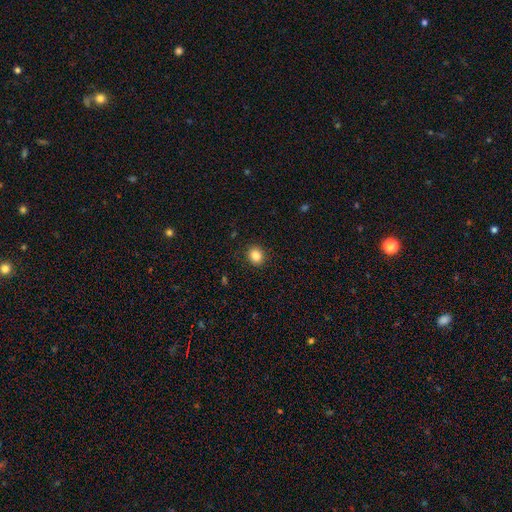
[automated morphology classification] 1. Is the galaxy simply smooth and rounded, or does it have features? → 86% smooth, 10% star or artifact, 4% featured or disk.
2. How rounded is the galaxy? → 68% round, 32% in between, 1% cigar-shaped.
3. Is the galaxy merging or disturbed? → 89% none, 8% minor disturbance, 2% major disturbance, 1% merger.